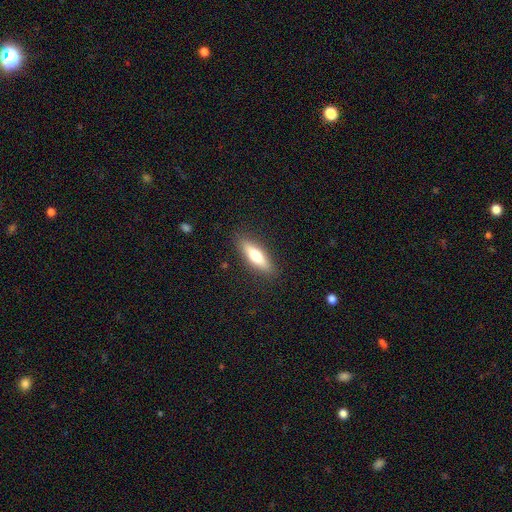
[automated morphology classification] This appears to be a smooth galaxy with no disk features (62%) that is cigar-shaped (62%). Merging: none (88%).